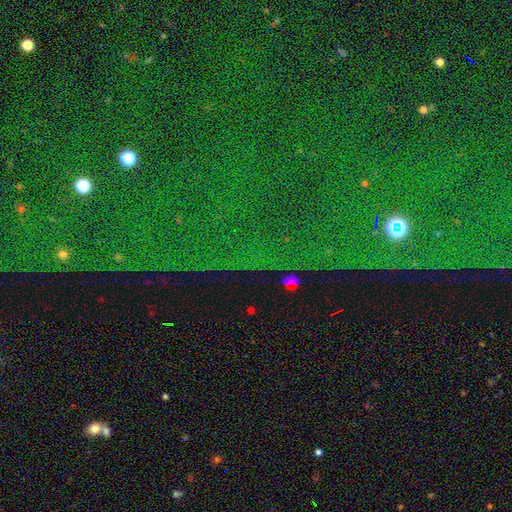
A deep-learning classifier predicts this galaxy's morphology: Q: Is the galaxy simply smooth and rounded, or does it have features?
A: star or artifact — 83%.